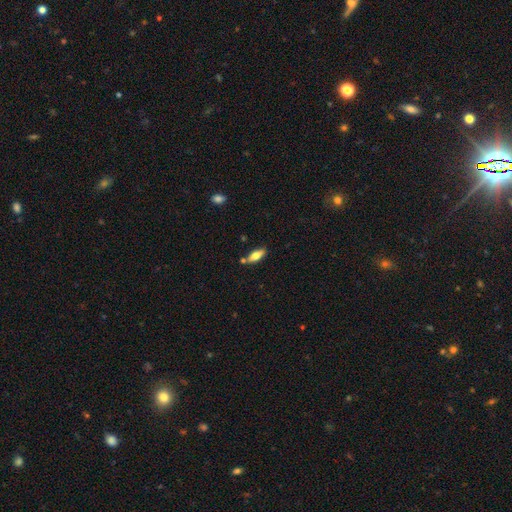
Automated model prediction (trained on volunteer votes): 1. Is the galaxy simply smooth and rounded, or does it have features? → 62% smooth, 31% featured or disk, 7% star or artifact.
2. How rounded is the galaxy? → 66% in between, 31% cigar-shaped, 2% round.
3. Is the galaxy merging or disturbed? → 76% none, 13% minor disturbance, 8% merger, 3% major disturbance.